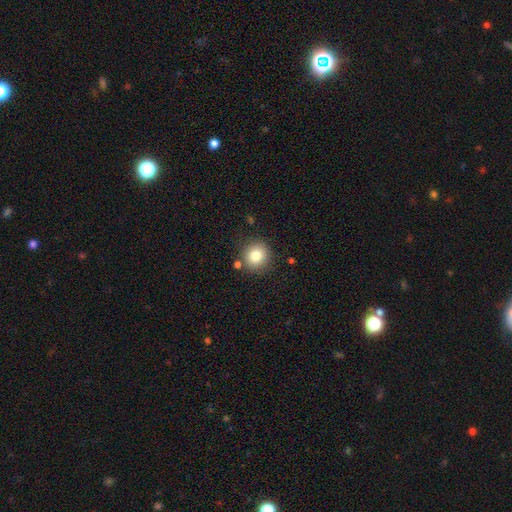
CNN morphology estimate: Q: Smooth or featured?
A: smooth (80%); runner-up: star or artifact (11%)
Q: How rounded?
A: round (91%); runner-up: in between (8%)
Q: Merging?
A: none (83%); runner-up: minor disturbance (9%)